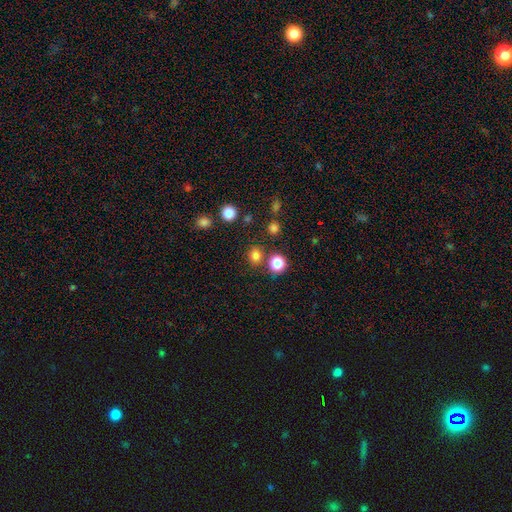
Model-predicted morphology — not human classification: type=smooth (78%); roundness=round (79%); merging=none (78%).